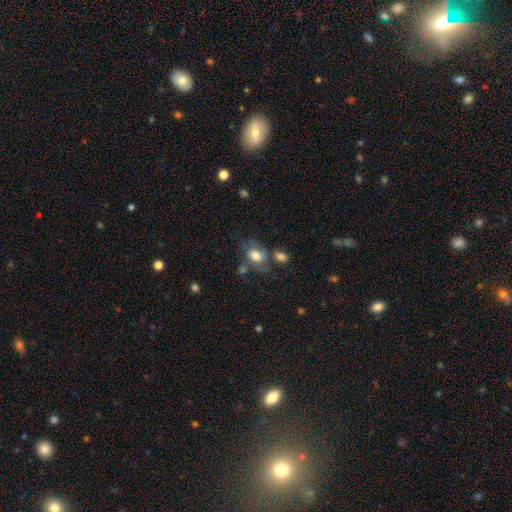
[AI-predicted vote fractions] Smooth or featured?
  - smooth: 64% *
  - featured or disk: 27%
  - star or artifact: 9%
How rounded?
  - in between: 74% *
  - round: 25%
  - cigar-shaped: 2%
Merging?
  - none: 47% *
  - minor disturbance: 22%
  - merger: 16%
  - major disturbance: 15%